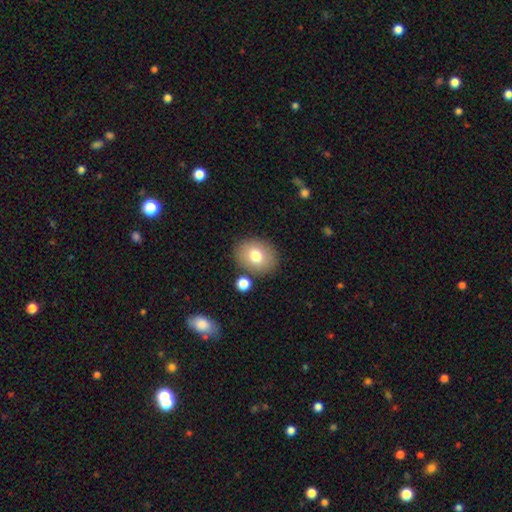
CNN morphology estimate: Smooth or featured: smooth — 77% (featured or disk — 15%)
How rounded: in between — 51% (round — 48%)
Merging: none — 82% (minor disturbance — 10%)